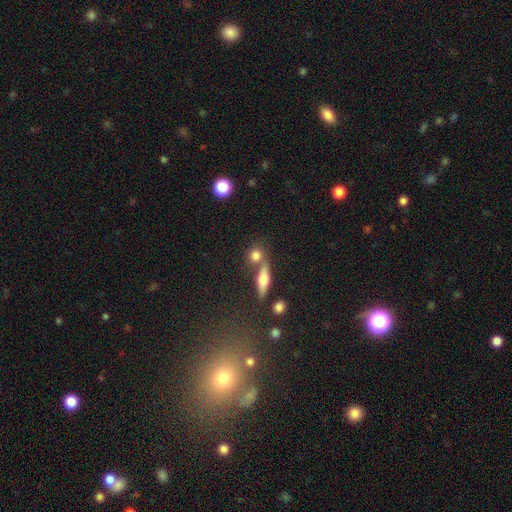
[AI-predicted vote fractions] The model was most divided on "merging": none: 58%, merger: 29%, minor disturbance: 9%, major disturbance: 4%. More confident: smooth or featured — smooth (75%); how rounded — round (68%).